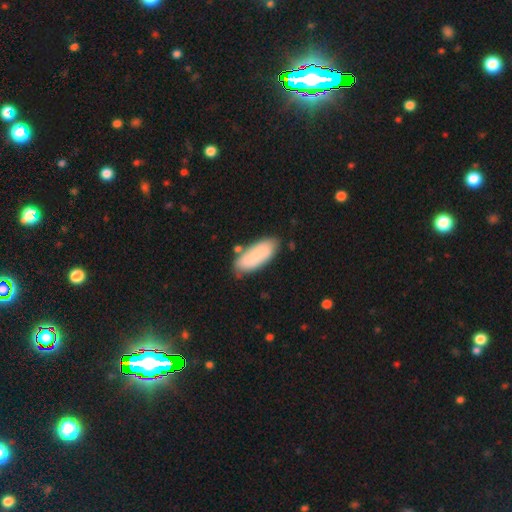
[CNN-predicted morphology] A smooth galaxy with no disk features (73%) that is in between round and cigar-shaped (82%). Merging: none (73%).